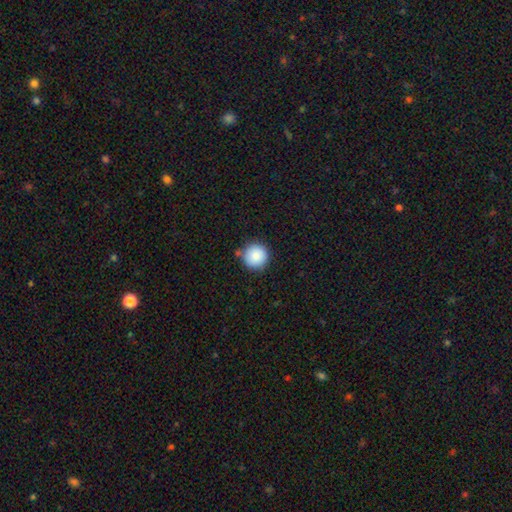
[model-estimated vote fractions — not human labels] Overall: smooth (87%). How rounded: round (96%). Merging: none (83%).